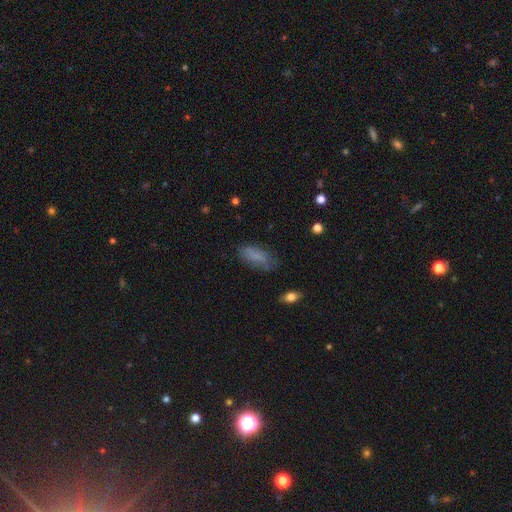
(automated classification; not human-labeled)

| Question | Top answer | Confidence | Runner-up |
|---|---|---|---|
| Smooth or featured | smooth | 76% | featured or disk (15%) |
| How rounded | in between | 81% | cigar-shaped (17%) |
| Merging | none | 68% | minor disturbance (23%) |